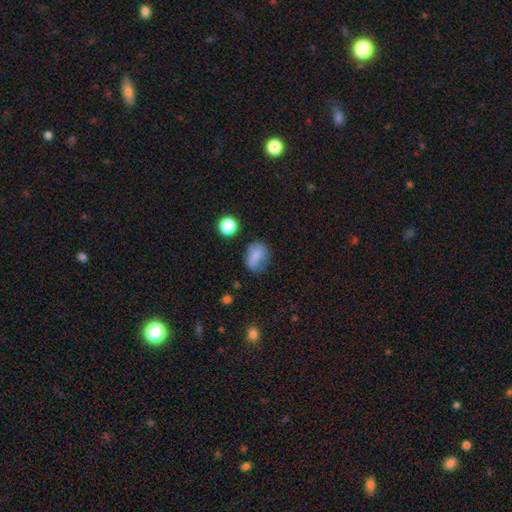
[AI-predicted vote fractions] Morphology: type=smooth (76%); roundness=in between (70%); merging=none (62%).